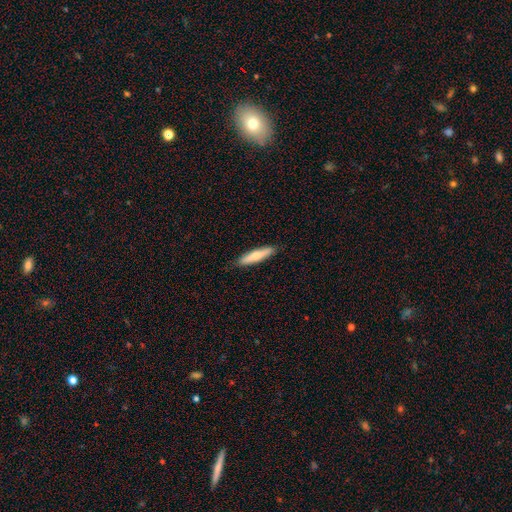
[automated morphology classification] This is likely a smooth galaxy (63%). How rounded: clearly cigar-shaped (83%). Merging: clearly none (88%).